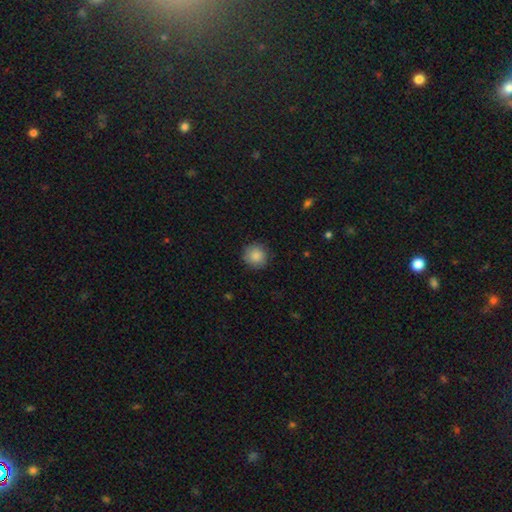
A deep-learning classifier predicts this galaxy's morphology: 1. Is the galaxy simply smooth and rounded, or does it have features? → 87% smooth, 8% star or artifact, 5% featured or disk.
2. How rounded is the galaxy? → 93% round, 6% in between, 1% cigar-shaped.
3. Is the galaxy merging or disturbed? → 86% none, 10% minor disturbance, 2% major disturbance, 1% merger.